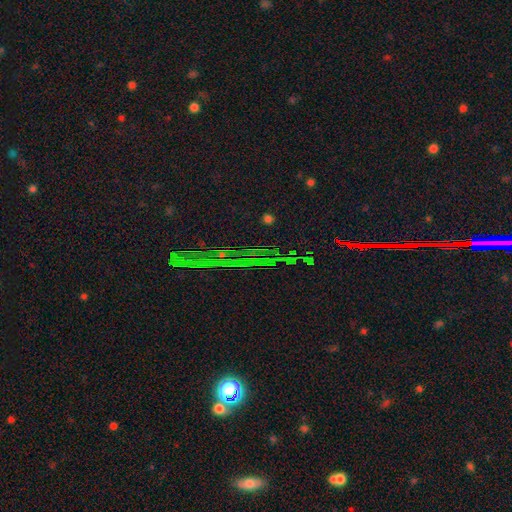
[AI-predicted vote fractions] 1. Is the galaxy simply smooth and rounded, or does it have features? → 79% star or artifact, 11% smooth, 10% featured or disk.